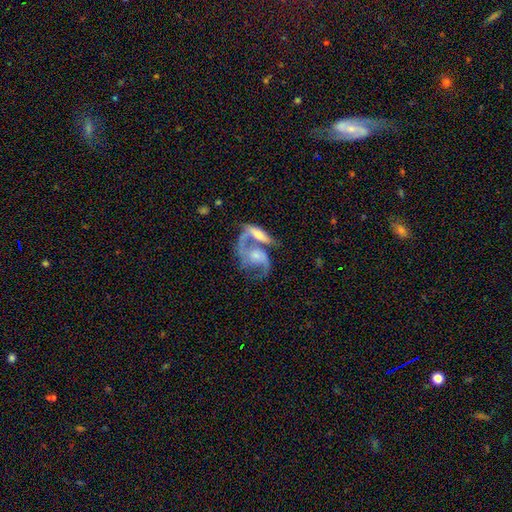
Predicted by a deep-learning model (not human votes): A featured or disk galaxy (82%) with no bar (61%), 2 (83%) loose (49%) spiral arms (92%) and a small central bulge (38%).

Vote fractions:
- Smooth or featured? featured or disk: 82% / smooth: 12% / star or artifact: 6%
- Edge-on disk? no: 96% / yes: 4%
- Bar? no: 61% / weak: 30% / strong: 9%
- Spiral arms? yes: 92% / no: 8%
- Spiral winding? loose: 49% / medium: 40% / tight: 11%
- Spiral arm count? 2: 83% / 1: 8% / can't tell: 5% / 3: 2% / 4: 1% / more than 4: 1%
- Bulge size? small: 38% / moderate: 37% / none: 14% / large: 9% / dominant: 2%
- Merging? merger: 58% / none: 20% / major disturbance: 12% / minor disturbance: 9%